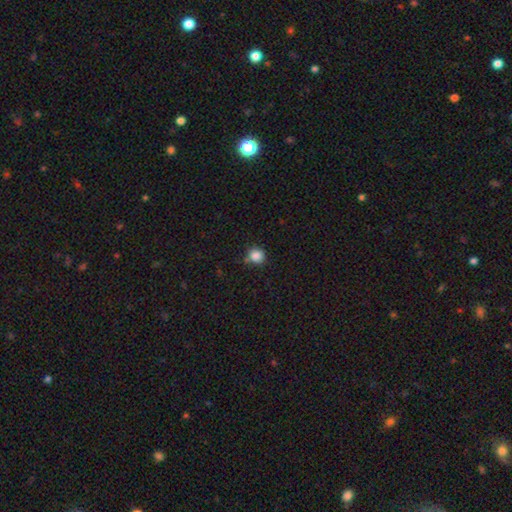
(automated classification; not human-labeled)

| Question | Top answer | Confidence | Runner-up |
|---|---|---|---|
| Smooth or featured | smooth | 85% | star or artifact (11%) |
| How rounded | round | 86% | in between (13%) |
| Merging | none | 77% | minor disturbance (14%) |